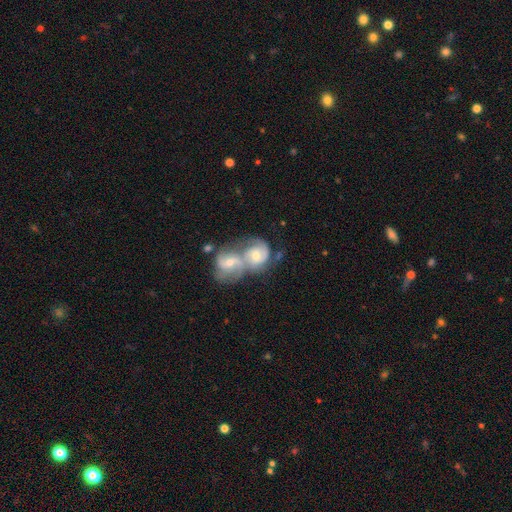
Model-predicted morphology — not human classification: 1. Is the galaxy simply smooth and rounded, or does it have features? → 71% featured or disk, 20% smooth, 10% star or artifact.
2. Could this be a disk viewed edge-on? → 96% no, 4% yes.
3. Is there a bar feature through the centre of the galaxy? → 60% no, 30% weak, 9% strong.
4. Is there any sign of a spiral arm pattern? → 85% yes, 15% no.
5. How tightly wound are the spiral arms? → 46% tight, 41% medium, 13% loose.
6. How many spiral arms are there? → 57% 2, 27% can't tell, 7% 3, 5% 1, 2% 4, 2% more than 4.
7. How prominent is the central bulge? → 57% moderate, 35% small, 4% large, 2% none, 1% dominant.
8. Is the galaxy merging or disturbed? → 79% merger, 13% none, 4% minor disturbance, 3% major disturbance.